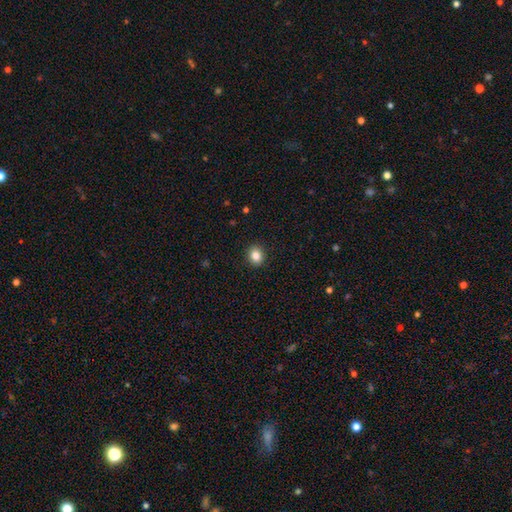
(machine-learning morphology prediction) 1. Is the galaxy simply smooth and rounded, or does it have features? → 84% smooth, 10% star or artifact, 5% featured or disk.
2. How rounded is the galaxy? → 70% round, 29% in between, 1% cigar-shaped.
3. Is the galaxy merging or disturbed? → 92% none, 6% minor disturbance, 2% major disturbance, 1% merger.